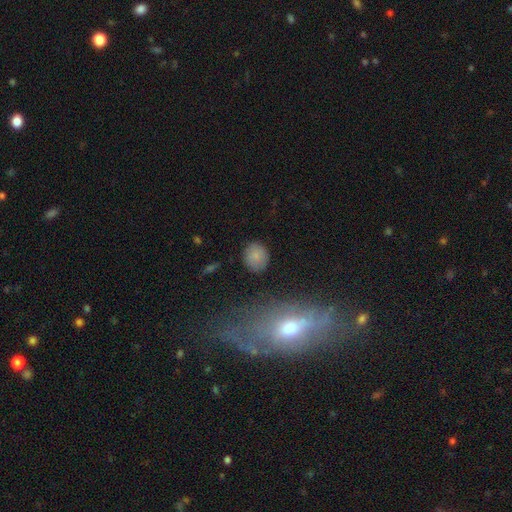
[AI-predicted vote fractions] This is clearly a smooth galaxy (81%). How rounded: likely round (78%). Merging: clearly none (84%).